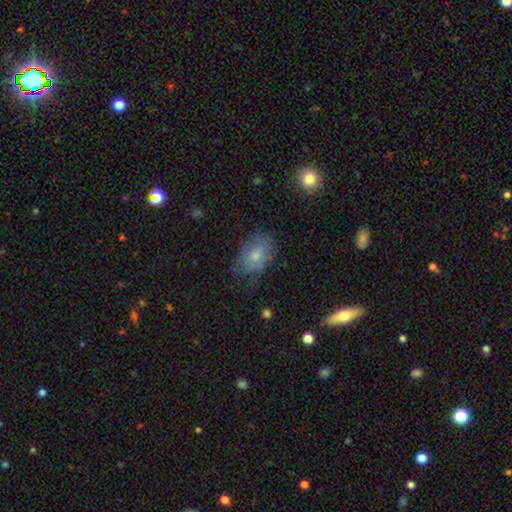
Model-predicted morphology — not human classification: Smooth or featured?
  - smooth: 61% *
  - featured or disk: 31%
  - star or artifact: 8%
How rounded?
  - in between: 86% *
  - round: 12%
  - cigar-shaped: 2%
Merging?
  - none: 60% *
  - minor disturbance: 27%
  - major disturbance: 11%
  - merger: 2%